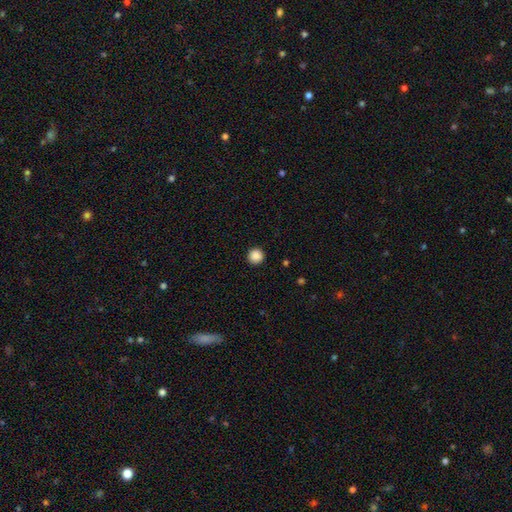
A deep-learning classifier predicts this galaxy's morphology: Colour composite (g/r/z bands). It shows a smooth galaxy with no disk features (88%) that is round (95%). Merging: none (93%).